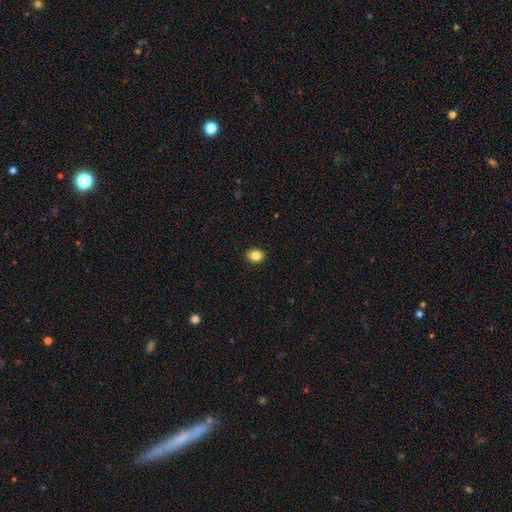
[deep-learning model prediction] Morphology: type=smooth (85%); roundness=round (54%); merging=none (91%).